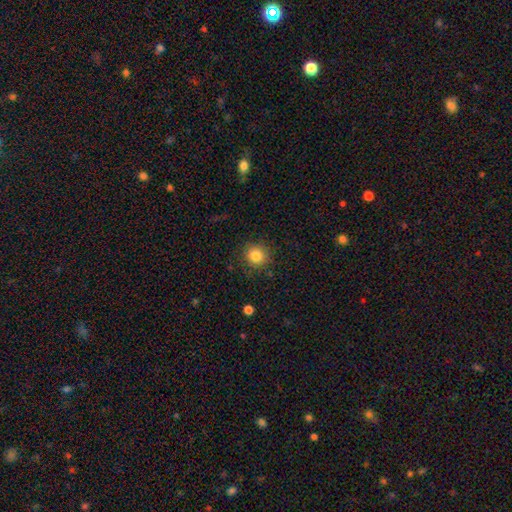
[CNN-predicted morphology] Smooth or featured? Predicted: smooth (p=0.84). How rounded? Predicted: round (p=0.91). Merging? Predicted: none (p=0.87).